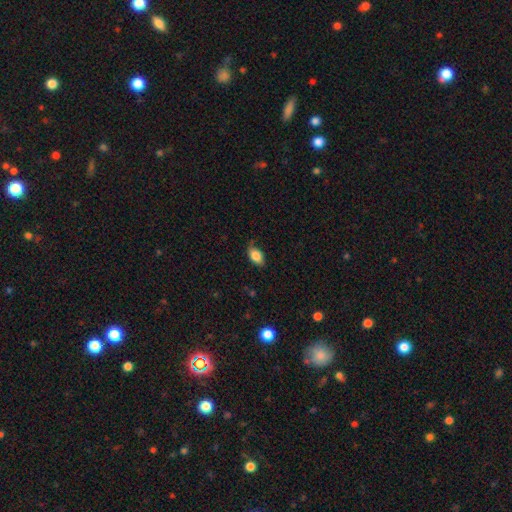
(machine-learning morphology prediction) Smooth or featured?
  - smooth: 84% *
  - star or artifact: 8%
  - featured or disk: 8%
How rounded?
  - in between: 90% *
  - round: 8%
  - cigar-shaped: 3%
Merging?
  - none: 77% *
  - minor disturbance: 18%
  - major disturbance: 3%
  - merger: 1%